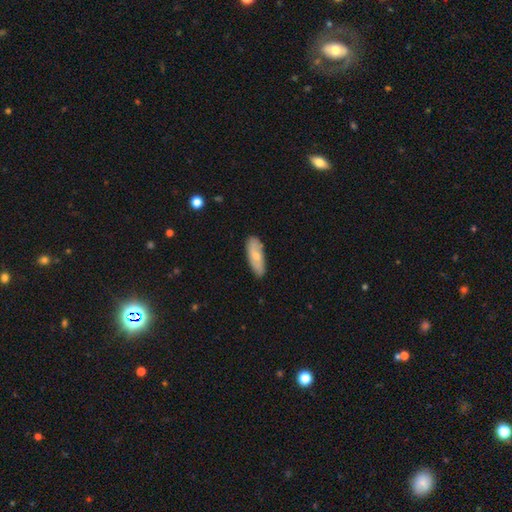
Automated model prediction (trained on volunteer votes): Smooth or featured?
  - smooth: 66% *
  - featured or disk: 28%
  - star or artifact: 6%
How rounded?
  - in between: 64% *
  - cigar-shaped: 34%
  - round: 2%
Merging?
  - none: 81% *
  - minor disturbance: 15%
  - major disturbance: 2%
  - merger: 2%